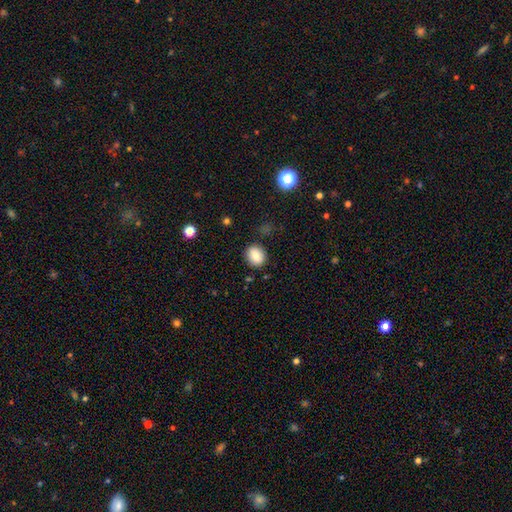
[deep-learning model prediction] A smooth galaxy with no disk features (83%) that is round (63%).

Vote fractions:
- Smooth or featured? smooth: 83% / star or artifact: 9% / featured or disk: 7%
- How rounded? round: 63% / in between: 36% / cigar-shaped: 1%
- Merging? none: 85% / minor disturbance: 10% / major disturbance: 3% / merger: 2%